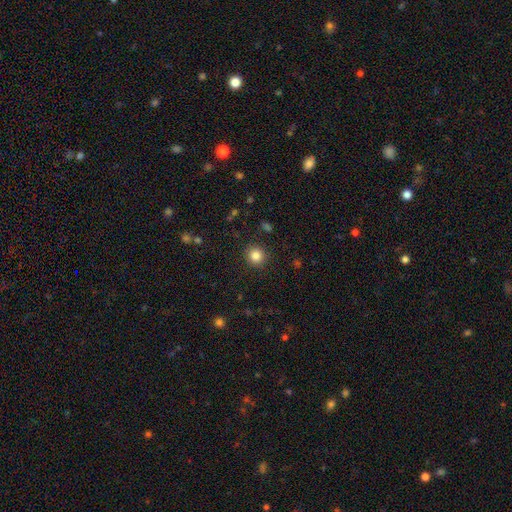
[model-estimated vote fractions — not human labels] Q: Smooth or featured?
A: smooth (84%); runner-up: star or artifact (11%)
Q: How rounded?
A: round (91%); runner-up: in between (8%)
Q: Merging?
A: none (91%); runner-up: minor disturbance (6%)